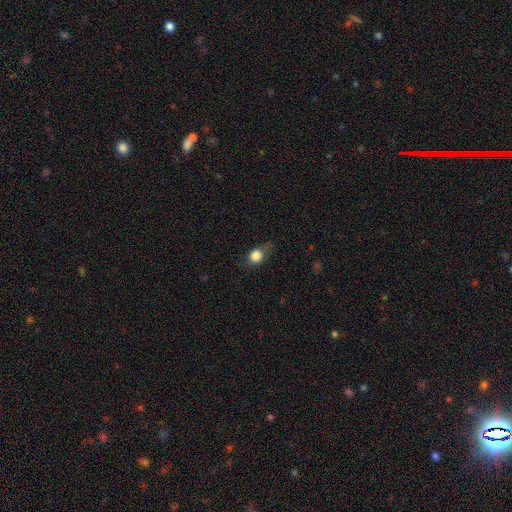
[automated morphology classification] smooth-or-featured: smooth: 81% | star or artifact: 10% | featured or disk: 9%
  how-rounded: round: 63% | in between: 35% | cigar-shaped: 2%
  merging: none: 53% | minor disturbance: 31% | major disturbance: 14% | merger: 2%